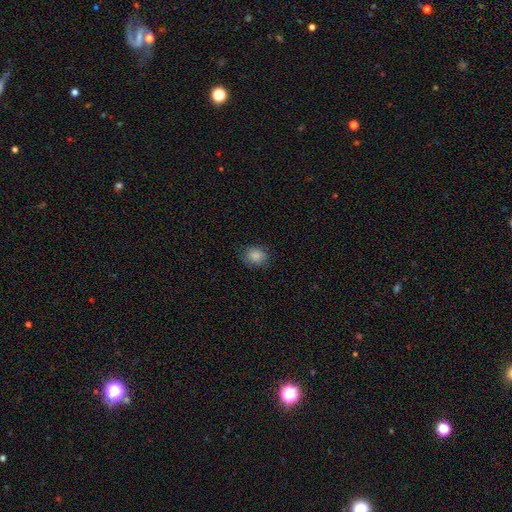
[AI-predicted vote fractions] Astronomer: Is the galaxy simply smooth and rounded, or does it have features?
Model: smooth — 85%.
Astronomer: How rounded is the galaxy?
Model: round — 65%.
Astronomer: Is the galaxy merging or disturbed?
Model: none — 78%.